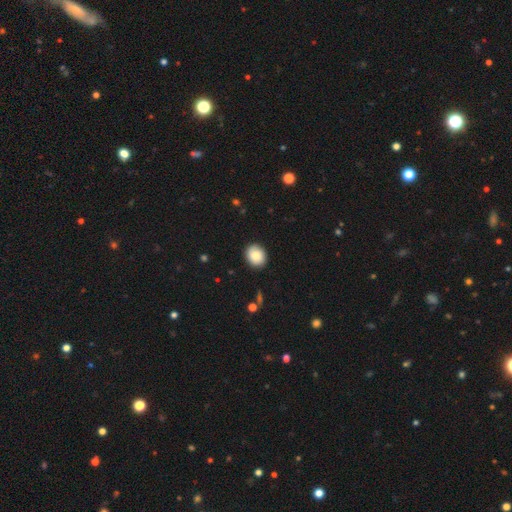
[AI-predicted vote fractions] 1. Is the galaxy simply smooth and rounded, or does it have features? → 81% smooth, 11% featured or disk, 8% star or artifact.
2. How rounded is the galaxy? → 66% round, 33% in between, 1% cigar-shaped.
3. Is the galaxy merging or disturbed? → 88% none, 9% minor disturbance, 2% major disturbance, 1% merger.